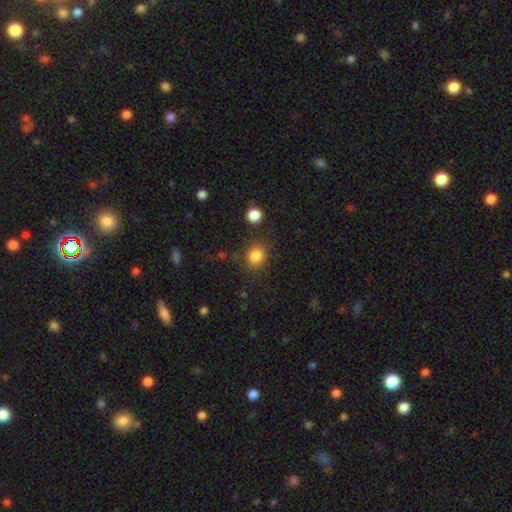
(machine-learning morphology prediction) smooth_or_featured: smooth (p=0.83) [alt: star or artifact p=0.12]
how_rounded: round (p=0.77) [alt: in between p=0.22]
merging: none (p=0.81) [alt: minor disturbance p=0.11]